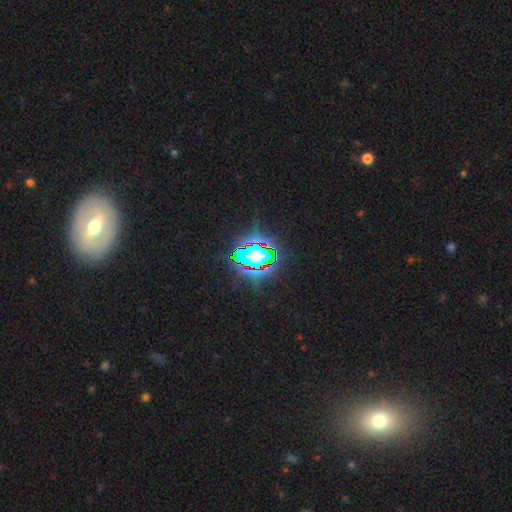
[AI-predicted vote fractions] Smooth or featured? star or artifact (65%)